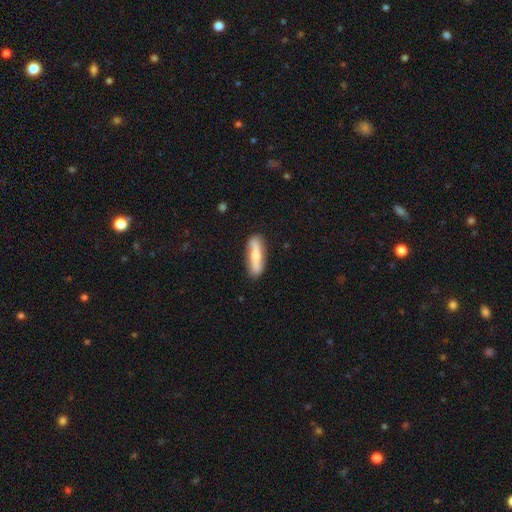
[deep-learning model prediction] A featured or disk galaxy (48%).

Vote fractions:
- Smooth or featured? featured or disk: 48% / smooth: 47% / star or artifact: 5%
- Merging? none: 85% / minor disturbance: 11% / major disturbance: 2% / merger: 1%